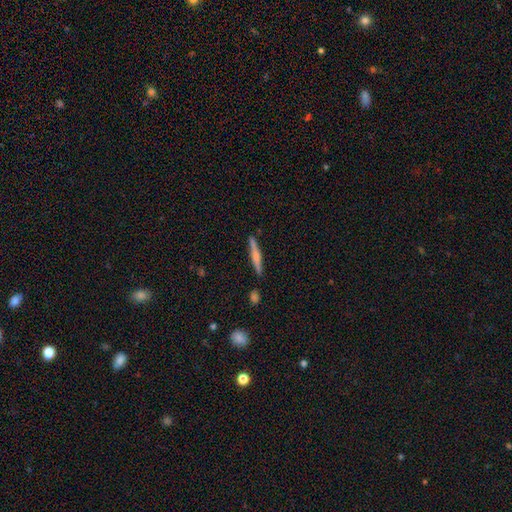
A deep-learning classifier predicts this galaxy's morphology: The model was most divided on "smooth or featured": featured or disk: 50%, smooth: 44%, star or artifact: 6%. More confident: merging — none (87%).